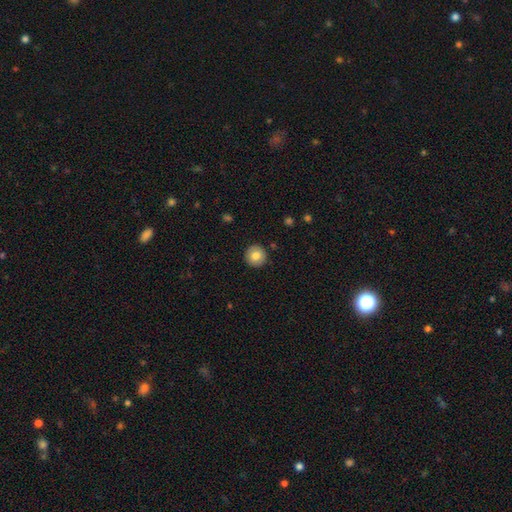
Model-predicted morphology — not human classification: Smooth or featured: smooth — 81% (featured or disk — 10%)
How rounded: round — 95% (in between — 4%)
Merging: none — 92% (minor disturbance — 6%)